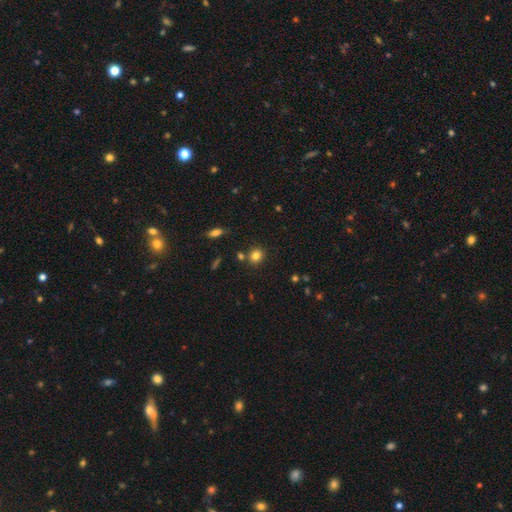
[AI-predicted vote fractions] Smooth or featured? smooth (81%)
How rounded? round (79%)
Merging? none (78%)